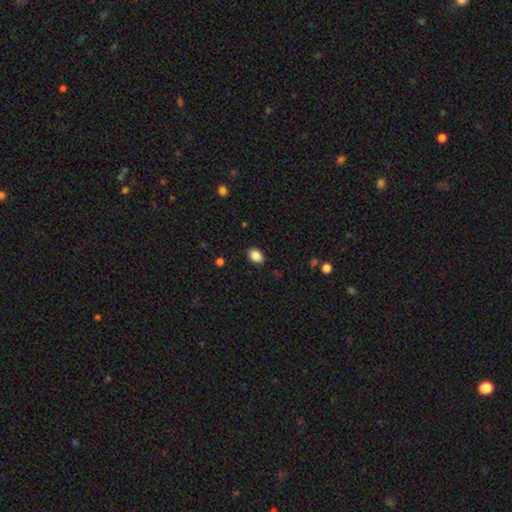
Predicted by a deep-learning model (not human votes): A smooth galaxy with no disk features (87%) that is in between round and cigar-shaped (76%). Merging: none (88%).